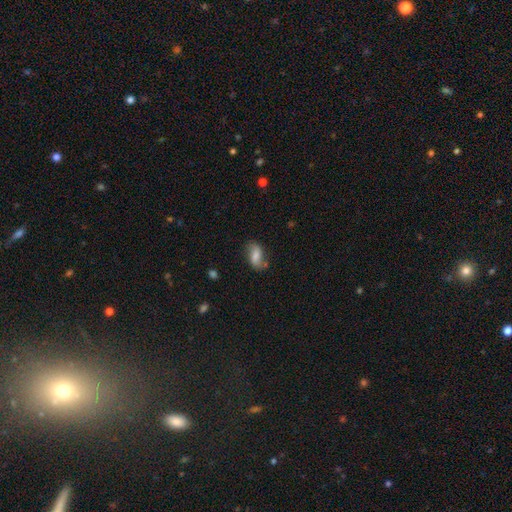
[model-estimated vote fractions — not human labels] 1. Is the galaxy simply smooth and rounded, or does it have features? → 61% smooth, 31% featured or disk, 8% star or artifact.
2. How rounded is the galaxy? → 87% in between, 6% cigar-shaped, 6% round.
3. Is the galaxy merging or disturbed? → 64% none, 24% minor disturbance, 7% major disturbance, 6% merger.